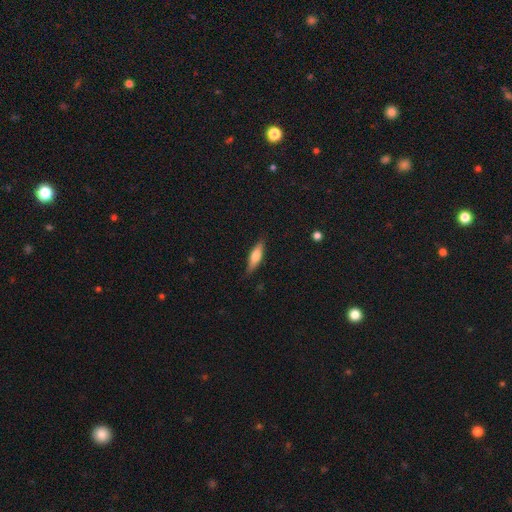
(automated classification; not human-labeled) smooth_or_featured: smooth (p=0.57) [alt: featured or disk p=0.37]
how_rounded: cigar-shaped (p=0.63) [alt: in between p=0.35]
merging: none (p=0.83) [alt: minor disturbance p=0.13]